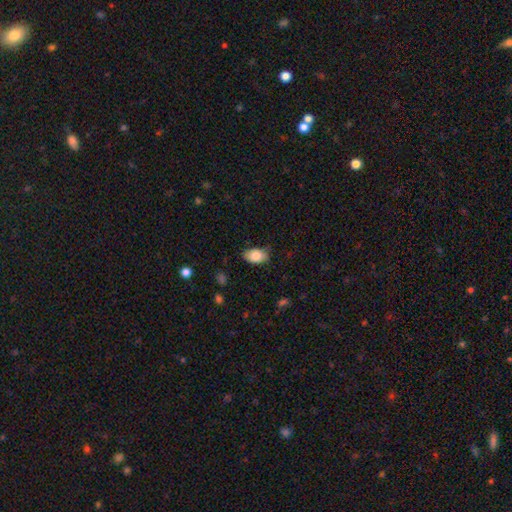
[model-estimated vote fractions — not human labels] A smooth galaxy with no disk features (84%) that is in between round and cigar-shaped (91%).

Vote fractions:
- Smooth or featured? smooth: 84% / featured or disk: 9% / star or artifact: 7%
- How rounded? in between: 91% / round: 8% / cigar-shaped: 1%
- Merging? none: 76% / minor disturbance: 19% / major disturbance: 3% / merger: 1%